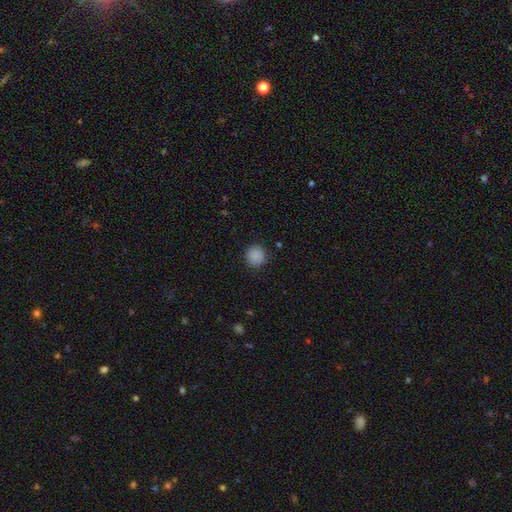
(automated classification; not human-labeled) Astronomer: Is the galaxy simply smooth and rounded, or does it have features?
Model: smooth — 88%.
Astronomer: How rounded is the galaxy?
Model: round — 92%.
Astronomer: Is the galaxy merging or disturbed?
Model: none — 90%.